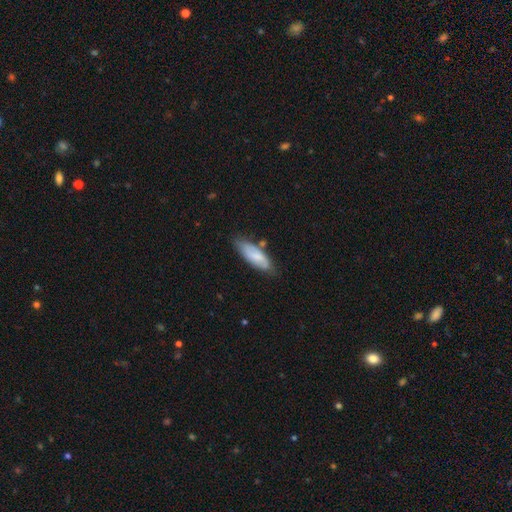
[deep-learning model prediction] smooth 70%, featured or disk 24%, star or artifact 6%. Down the decision tree: how rounded — in between (61%); merging — none (69%).